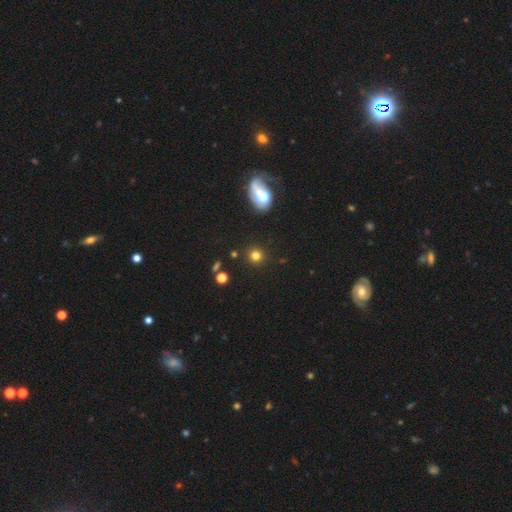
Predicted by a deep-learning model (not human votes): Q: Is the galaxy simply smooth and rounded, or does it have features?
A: smooth — 76%.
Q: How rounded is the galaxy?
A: round — 91%.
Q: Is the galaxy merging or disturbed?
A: none — 88%.